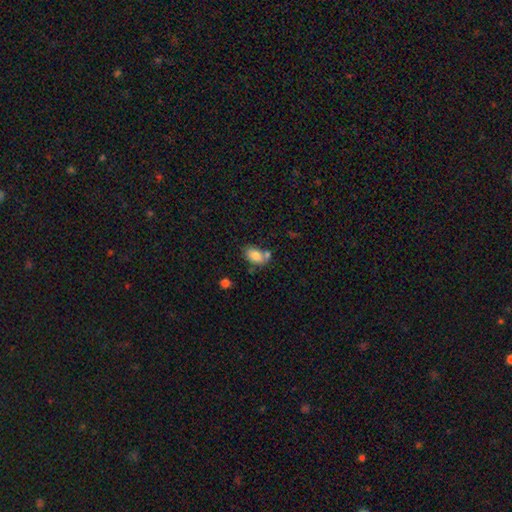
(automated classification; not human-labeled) Smooth or featured? smooth (83%)
How rounded? in between (87%)
Merging? none (54%)